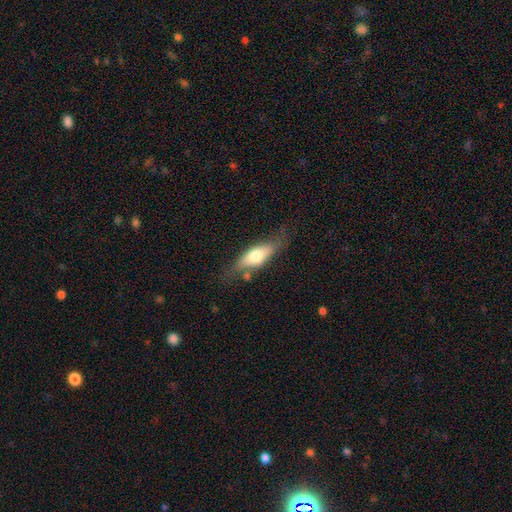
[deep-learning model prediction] smooth-or-featured: smooth: 60% | featured or disk: 34% | star or artifact: 6%
  how-rounded: in between: 65% | cigar-shaped: 33% | round: 3%
  merging: none: 61% | minor disturbance: 25% | major disturbance: 9% | merger: 5%